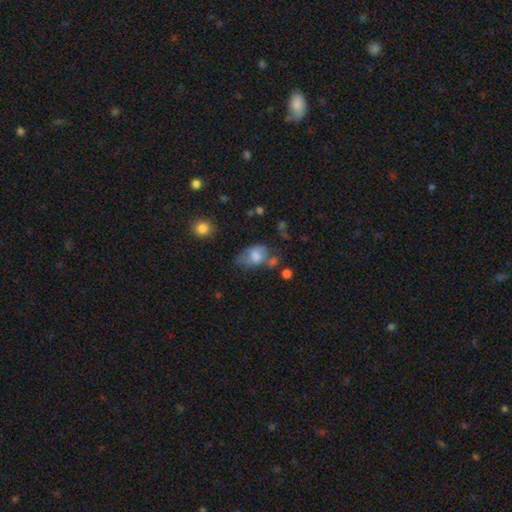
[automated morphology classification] The model was most divided on "merging": minor disturbance: 29%, none: 28%, major disturbance: 27%, merger: 16%. More confident: how rounded — in between (82%); smooth or featured — smooth (68%).